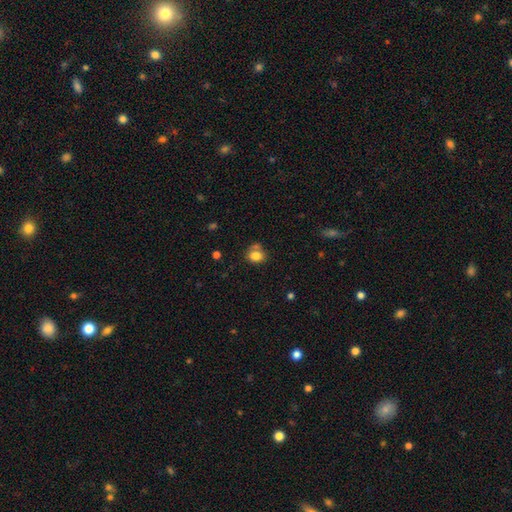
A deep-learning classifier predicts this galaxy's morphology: smooth 81%, star or artifact 10%, featured or disk 8%. Down the decision tree: how rounded — in between (52%); merging — none (56%).